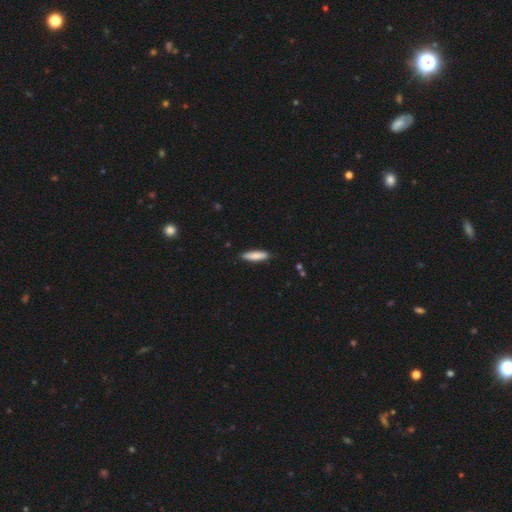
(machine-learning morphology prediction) smooth 85%, featured or disk 9%, star or artifact 6%. Down the decision tree: how rounded — cigar-shaped (71%); merging — none (88%).